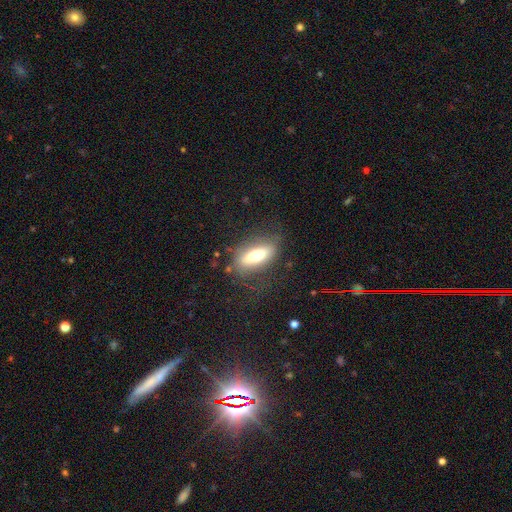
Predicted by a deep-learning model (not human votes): Q: Smooth or featured?
A: smooth (62%); runner-up: featured or disk (31%)
Q: How rounded?
A: in between (72%); runner-up: cigar-shaped (24%)
Q: Merging?
A: none (73%); runner-up: minor disturbance (16%)